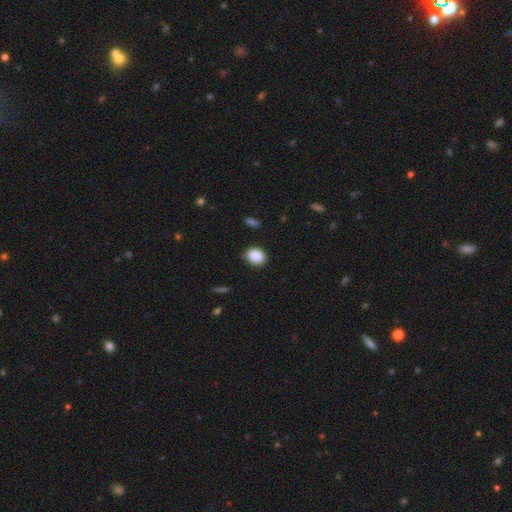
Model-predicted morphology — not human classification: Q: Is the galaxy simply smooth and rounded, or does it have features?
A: smooth — 88%.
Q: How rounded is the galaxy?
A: in between — 55%.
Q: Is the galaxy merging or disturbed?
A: none — 81%.